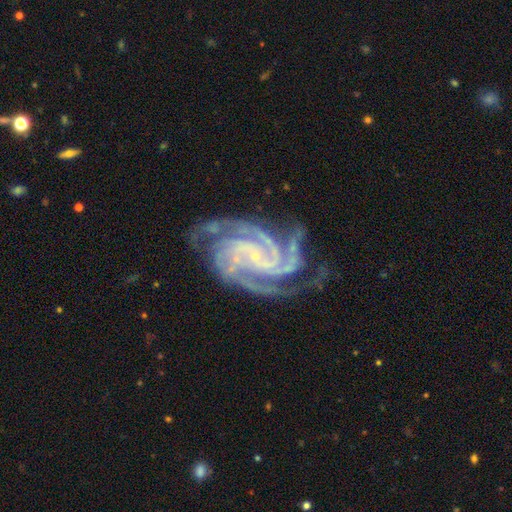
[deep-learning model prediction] smooth-or-featured: featured or disk: 93% | star or artifact: 5% | smooth: 2%
  disk-edge-on: no: 98% | yes: 2%
    bar: no: 53% | weak: 28% | strong: 18%
    has-spiral-arms: yes: 99% | no: 1%
      spiral-winding: tight: 64% | medium: 32% | loose: 3%
      spiral-arm-count: 4: 34% | 3: 31% | 2: 12% | more than 4: 9% | can't tell: 8% | 1: 7%
    bulge-size: small: 85% | moderate: 7% | none: 6% | large: 1% | dominant: 1%
  merging: none: 70% | minor disturbance: 19% | major disturbance: 9% | merger: 2%